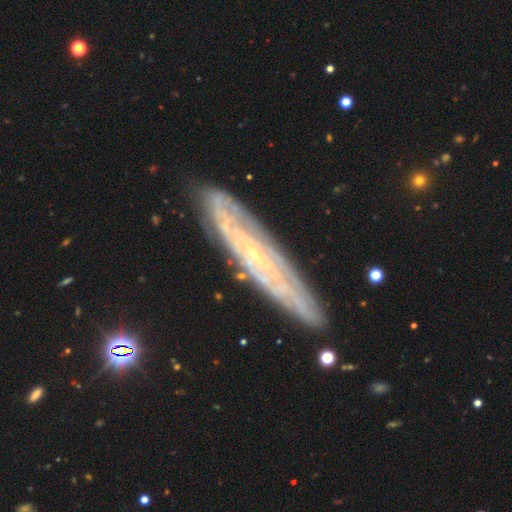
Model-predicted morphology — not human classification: Q: Smooth or featured?
A: featured or disk (80%); runner-up: smooth (13%)
Q: Edge-on disk?
A: no (57%); runner-up: yes (43%)
Q: Merging?
A: none (84%); runner-up: minor disturbance (12%)